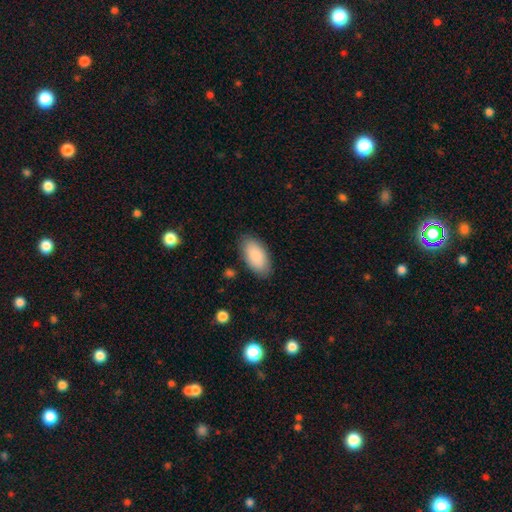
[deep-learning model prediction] smooth 88%, featured or disk 6%, star or artifact 6%. Down the decision tree: how rounded — in between (94%); merging — none (84%).